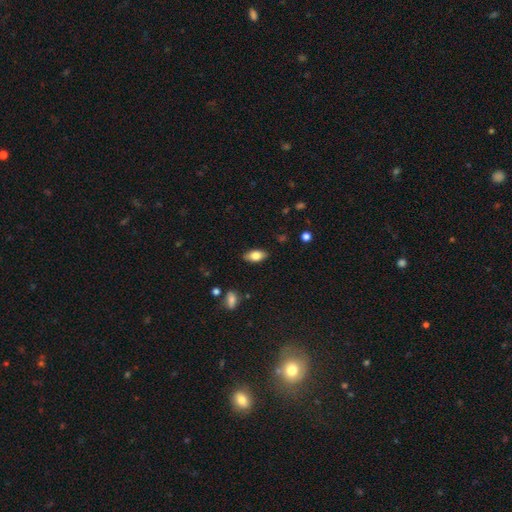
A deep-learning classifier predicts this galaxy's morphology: type=smooth (77%); roundness=in between (90%); merging=none (86%).